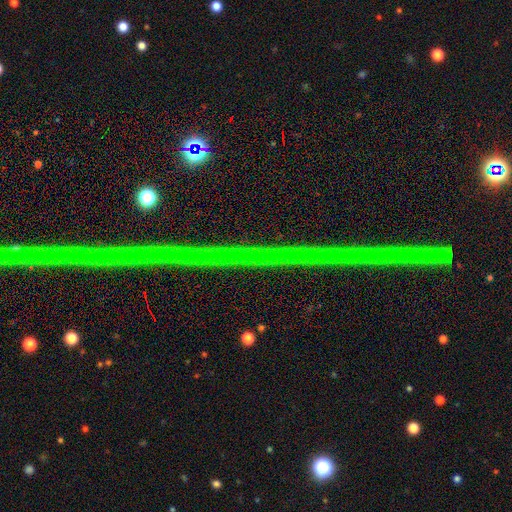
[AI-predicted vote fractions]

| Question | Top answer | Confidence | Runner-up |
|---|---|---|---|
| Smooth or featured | star or artifact | 86% | featured or disk (9%) |